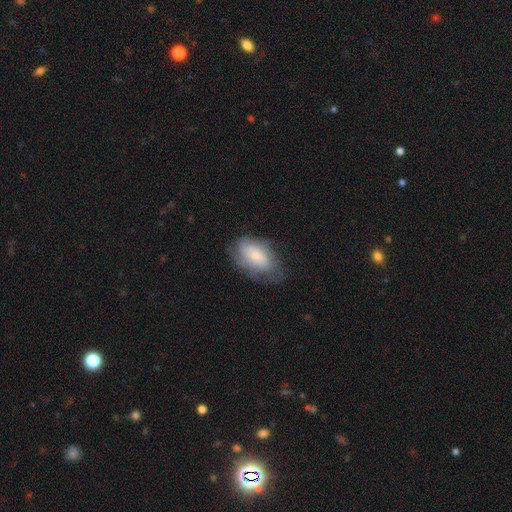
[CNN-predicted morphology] Q: Smooth or featured?
A: smooth (55%); runner-up: featured or disk (38%)
Q: How rounded?
A: in between (90%); runner-up: round (7%)
Q: Merging?
A: none (58%); runner-up: minor disturbance (27%)